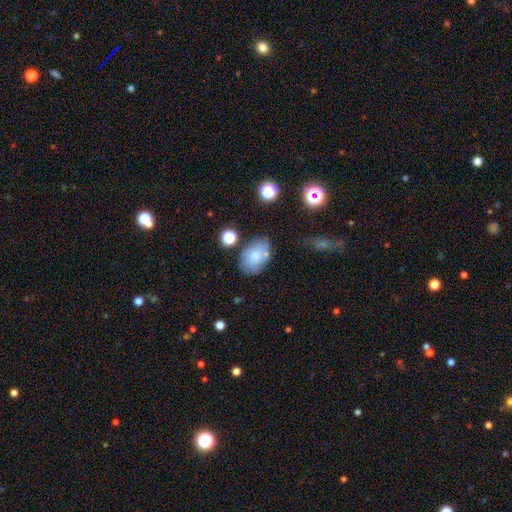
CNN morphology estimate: smooth-or-featured: smooth: 66% | featured or disk: 24% | star or artifact: 10%
  how-rounded: in between: 81% | round: 18% | cigar-shaped: 1%
  merging: none: 64% | minor disturbance: 22% | major disturbance: 7% | merger: 7%